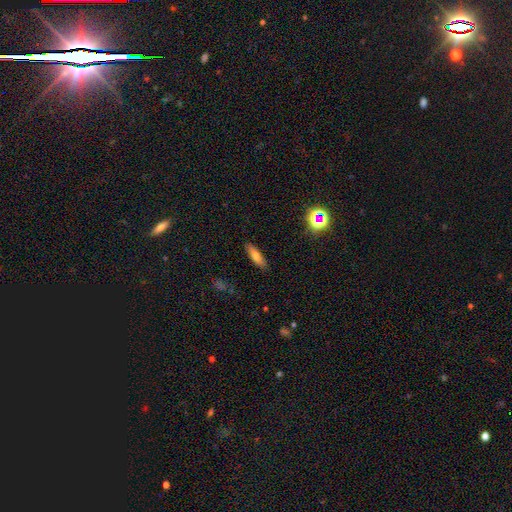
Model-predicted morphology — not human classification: Smooth or featured? Predicted: smooth (p=0.67). How rounded? Predicted: cigar-shaped (p=0.57). Merging? Predicted: none (p=0.87).